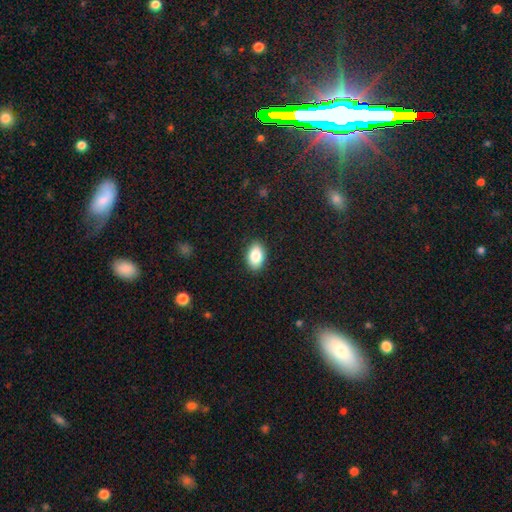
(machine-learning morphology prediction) A smooth galaxy with no disk features (85%) that is in between round and cigar-shaped (91%).

Vote fractions:
- Smooth or featured? smooth: 85% / star or artifact: 7% / featured or disk: 7%
- How rounded? in between: 91% / round: 7% / cigar-shaped: 1%
- Merging? none: 89% / minor disturbance: 8% / major disturbance: 2% / merger: 1%